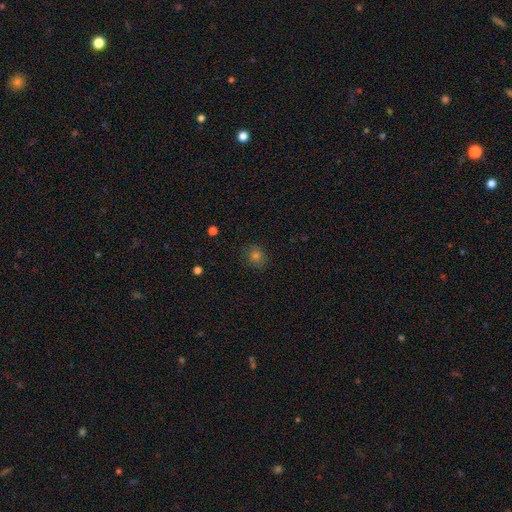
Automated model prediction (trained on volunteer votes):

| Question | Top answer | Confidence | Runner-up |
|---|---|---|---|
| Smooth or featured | smooth | 74% | star or artifact (18%) |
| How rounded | round | 74% | in between (25%) |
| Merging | none | 87% | minor disturbance (10%) |